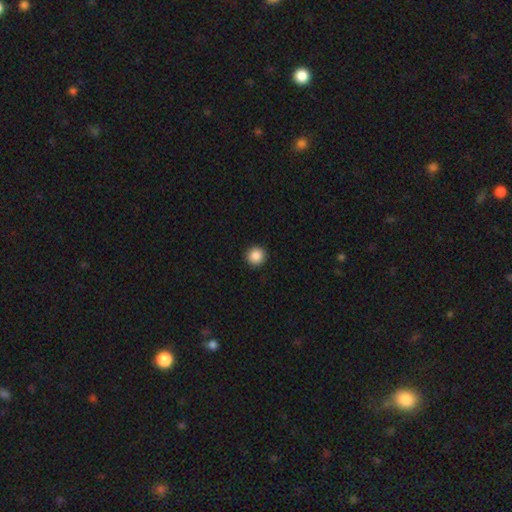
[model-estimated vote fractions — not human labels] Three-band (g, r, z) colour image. It shows a smooth galaxy with no disk features (88%) that is round (95%). Merging: none (93%).